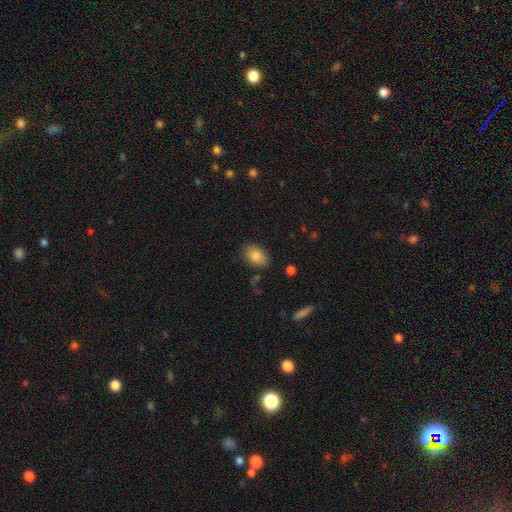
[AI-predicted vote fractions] A smooth galaxy with no disk features (82%) that is in between round and cigar-shaped (86%).

Vote fractions:
- Smooth or featured? smooth: 82% / featured or disk: 10% / star or artifact: 8%
- How rounded? in between: 86% / round: 12% / cigar-shaped: 1%
- Merging? none: 81% / minor disturbance: 14% / major disturbance: 3% / merger: 2%